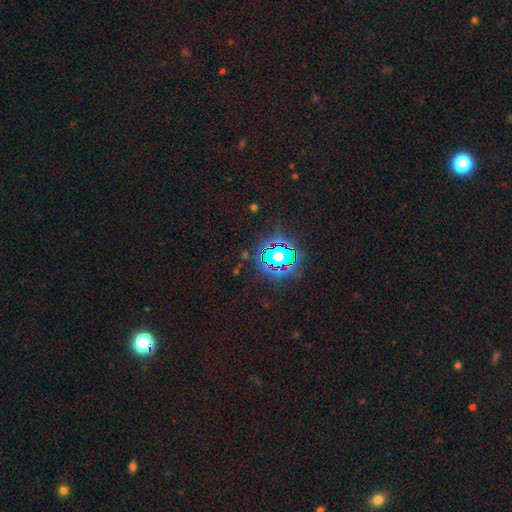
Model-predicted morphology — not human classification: A star or artifact, not a galaxy (79%).

Vote fractions:
- Smooth or featured? star or artifact: 79% / smooth: 13% / featured or disk: 8%